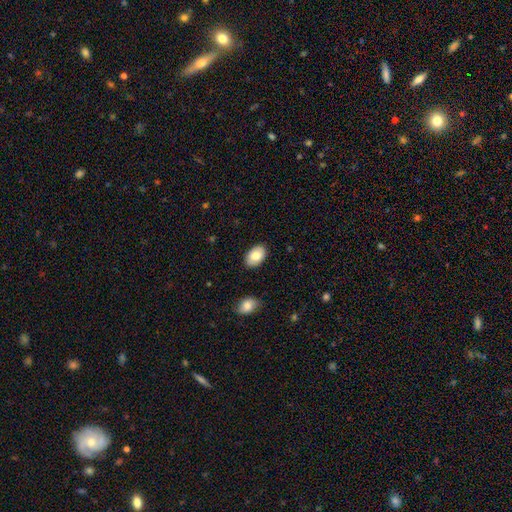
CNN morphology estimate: A smooth galaxy with no disk features (82%) that is in between round and cigar-shaped (92%). Merging: none (88%).